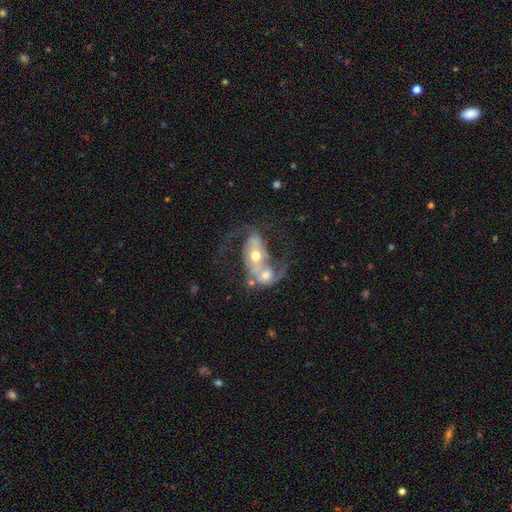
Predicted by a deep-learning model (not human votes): This is likely a featured or disk galaxy (76%). It is clearly not viewed edge-on (96%). Bar: possibly no (48%). Spiral arm pattern: clearly yes (82%). Spiral arm count: clearly 2 (82%). Spiral winding: possibly loose (52%). Central bulge: likely moderate (62%). Merging: likely merger (62%).